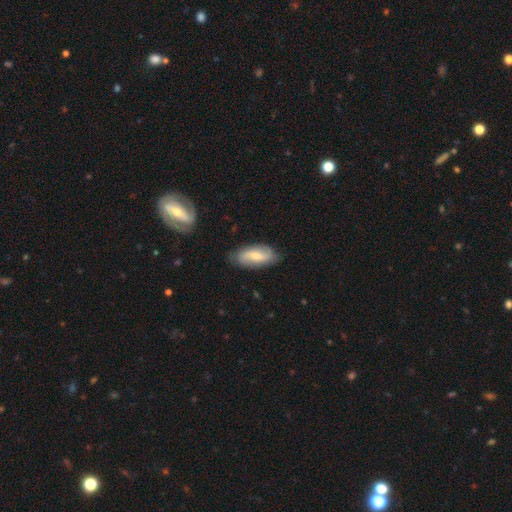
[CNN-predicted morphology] smooth-or-featured: smooth: 47% | featured or disk: 46% | star or artifact: 6%
  merging: none: 78% | minor disturbance: 17% | major disturbance: 4% | merger: 2%